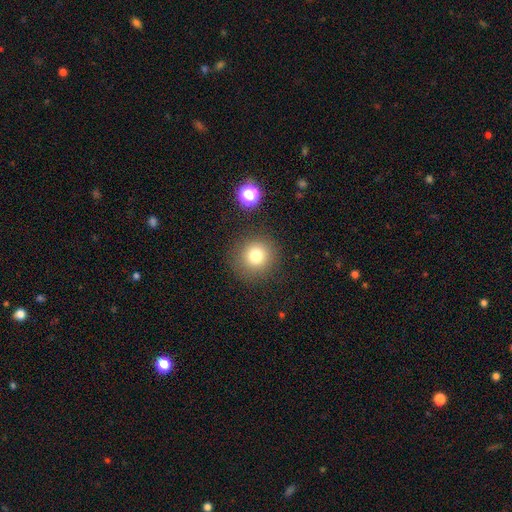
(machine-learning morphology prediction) smooth 77%, star or artifact 14%, featured or disk 9%. Down the decision tree: how rounded — round (93%); merging — none (86%).